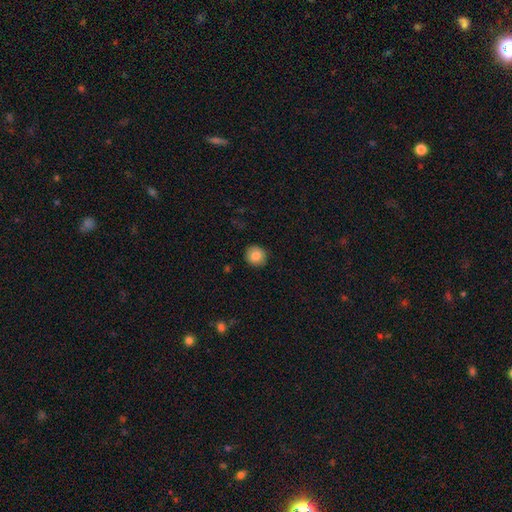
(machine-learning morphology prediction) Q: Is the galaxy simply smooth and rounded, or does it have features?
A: smooth — 84%.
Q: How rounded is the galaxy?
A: round — 87%.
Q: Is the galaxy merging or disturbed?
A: none — 90%.